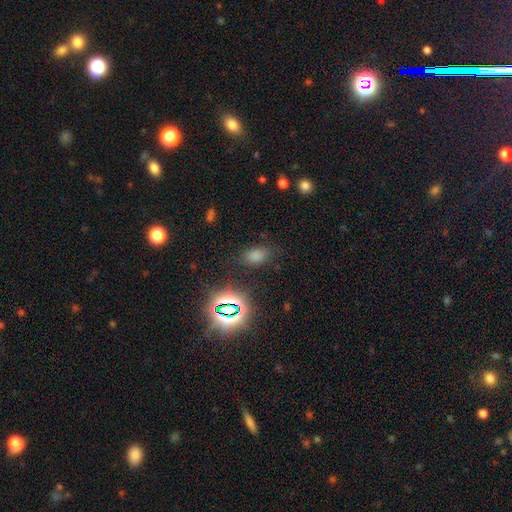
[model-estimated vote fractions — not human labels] A smooth galaxy with no disk features (68%) that is in between round and cigar-shaped (88%).

Vote fractions:
- Smooth or featured? smooth: 68% / star or artifact: 25% / featured or disk: 7%
- How rounded? in between: 88% / round: 9% / cigar-shaped: 2%
- Merging? none: 80% / minor disturbance: 13% / major disturbance: 5% / merger: 2%